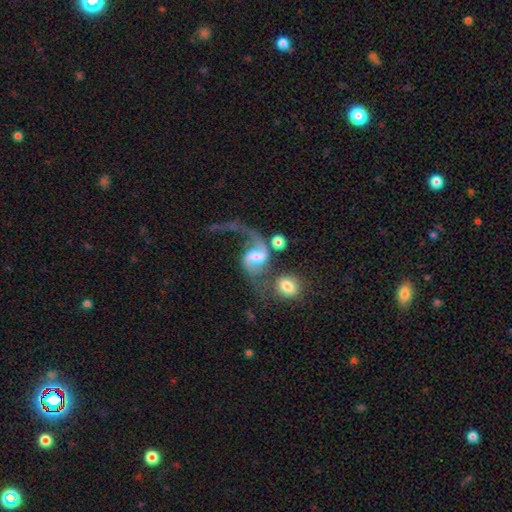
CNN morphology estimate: Overall: featured or disk (82%). Edge-on disk: no (97%). Bar: weak (45%; no 34%). Spiral arms: yes (94%). Spiral arm count: 2 (72%). Spiral winding: loose (75%). Bulge size: moderate (60%; small 22%). Merging: none (33%; merger 32%).